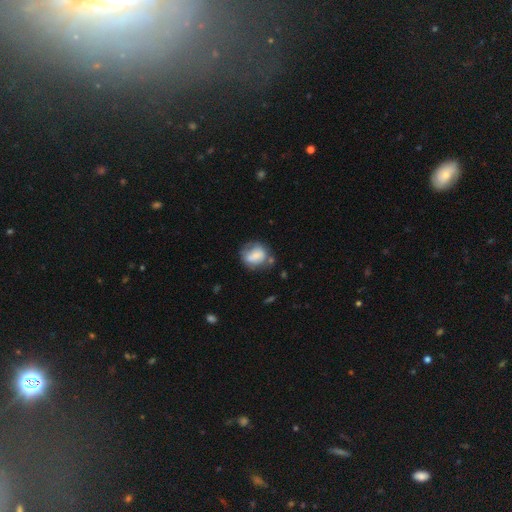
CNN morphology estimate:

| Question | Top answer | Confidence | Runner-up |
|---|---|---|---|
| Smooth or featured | smooth | 65% | featured or disk (26%) |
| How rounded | round | 60% | in between (39%) |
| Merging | none | 51% | minor disturbance (28%) |